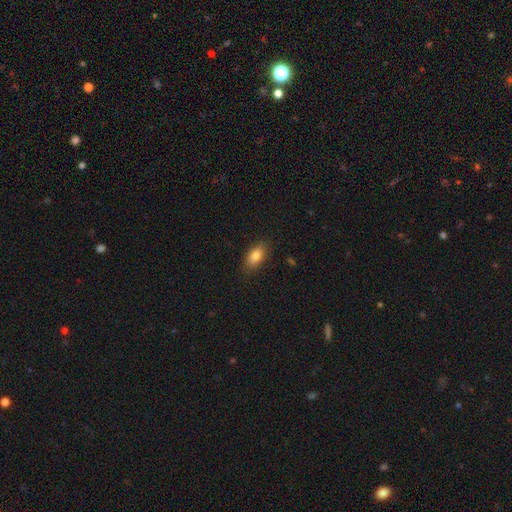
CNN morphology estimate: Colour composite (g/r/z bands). It shows a smooth galaxy with no disk features (83%) that is in between round and cigar-shaped (89%). Merging: none (84%).